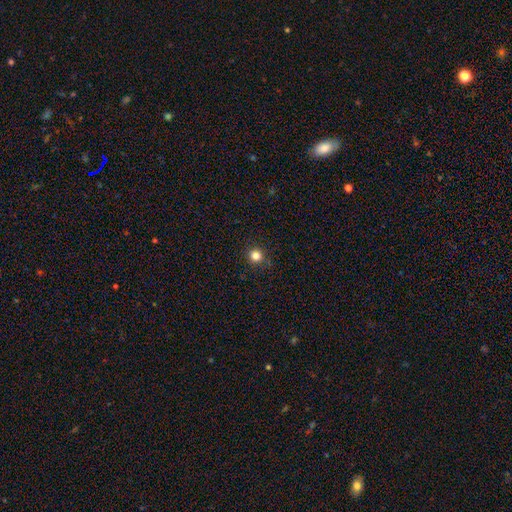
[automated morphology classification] smooth 82%, star or artifact 14%, featured or disk 4%. Down the decision tree: how rounded — round (95%); merging — none (91%).